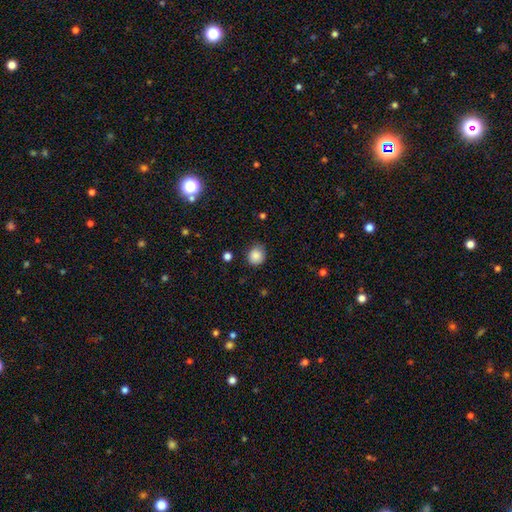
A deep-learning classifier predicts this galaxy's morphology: Smooth or featured?
  - smooth: 86% *
  - star or artifact: 10%
  - featured or disk: 4%
How rounded?
  - round: 83% *
  - in between: 16%
  - cigar-shaped: 1%
Merging?
  - none: 79% *
  - minor disturbance: 16%
  - major disturbance: 3%
  - merger: 1%